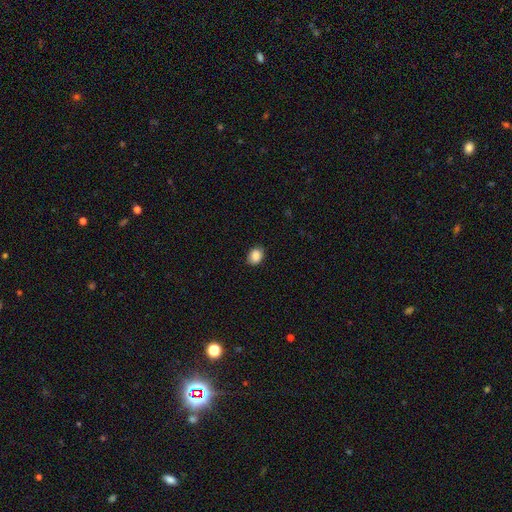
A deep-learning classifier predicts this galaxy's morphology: This is clearly a smooth galaxy (88%). How rounded: possibly in between (58%). Merging: clearly none (85%).